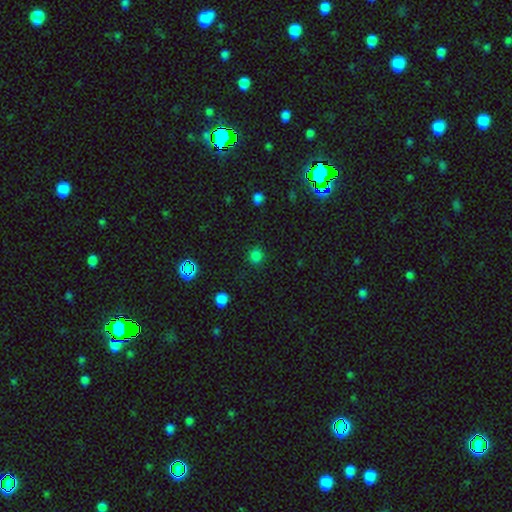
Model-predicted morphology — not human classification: Smooth or featured? smooth (75%)
How rounded? round (87%)
Merging? none (86%)